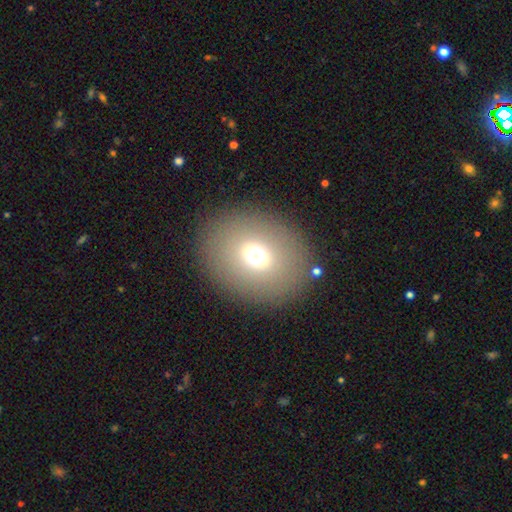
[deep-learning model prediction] This appears to be a smooth galaxy with no disk features (66%) that is round (51%). Merging: none (85%).